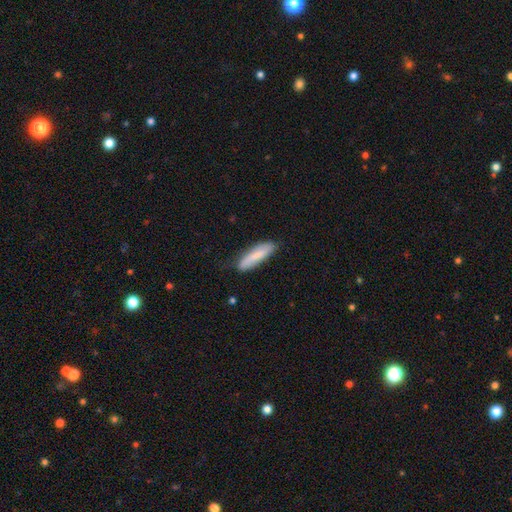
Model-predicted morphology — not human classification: Smooth or featured? Predicted: smooth (p=0.73). How rounded? Predicted: cigar-shaped (p=0.69). Merging? Predicted: none (p=0.76).